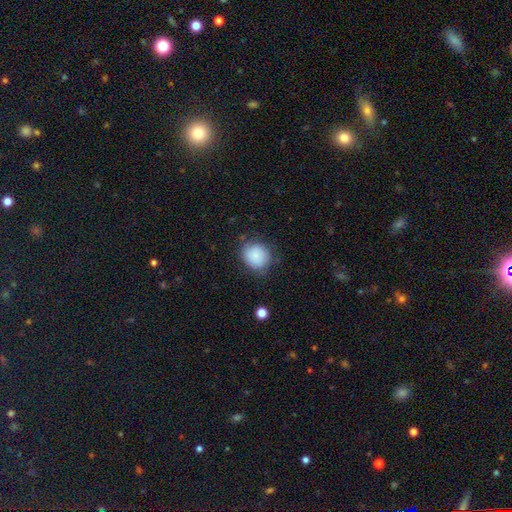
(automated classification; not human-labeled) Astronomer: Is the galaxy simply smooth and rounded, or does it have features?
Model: smooth — 85%.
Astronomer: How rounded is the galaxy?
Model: round — 76%.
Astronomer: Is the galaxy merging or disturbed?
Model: none — 75%.